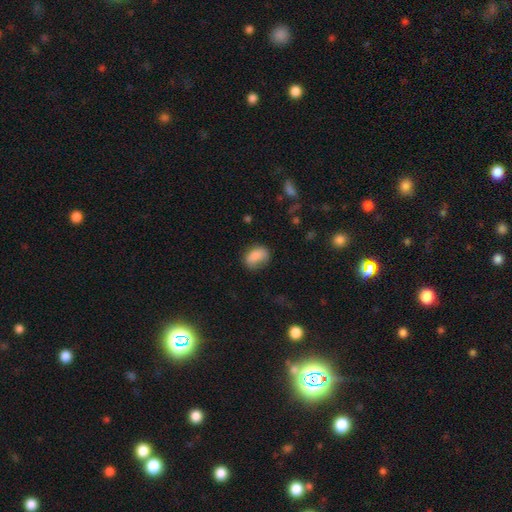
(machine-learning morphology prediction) Smooth or featured? Predicted: smooth (p=0.84). How rounded? Predicted: in between (p=0.78). Merging? Predicted: none (p=0.61).